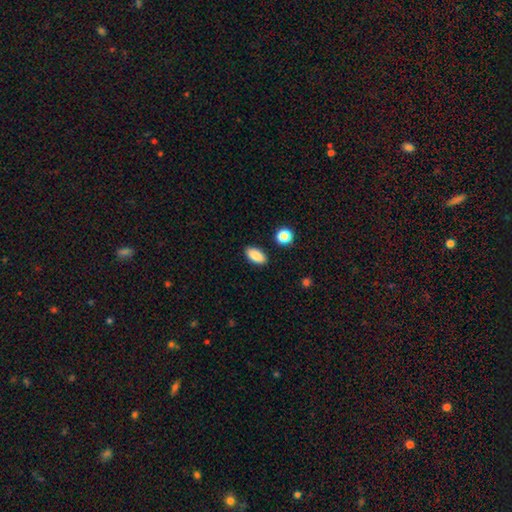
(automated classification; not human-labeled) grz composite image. It shows a smooth galaxy with no disk features (87%) that is in between round and cigar-shaped (90%). Merging: none (88%).